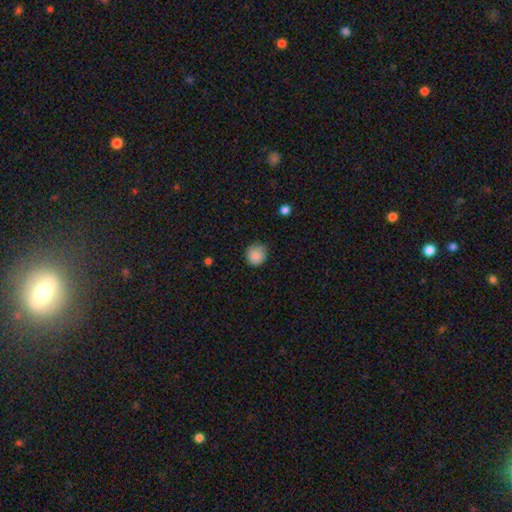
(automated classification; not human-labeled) Q: Smooth or featured?
A: smooth (86%); runner-up: star or artifact (9%)
Q: How rounded?
A: round (91%); runner-up: in between (8%)
Q: Merging?
A: none (78%); runner-up: minor disturbance (18%)